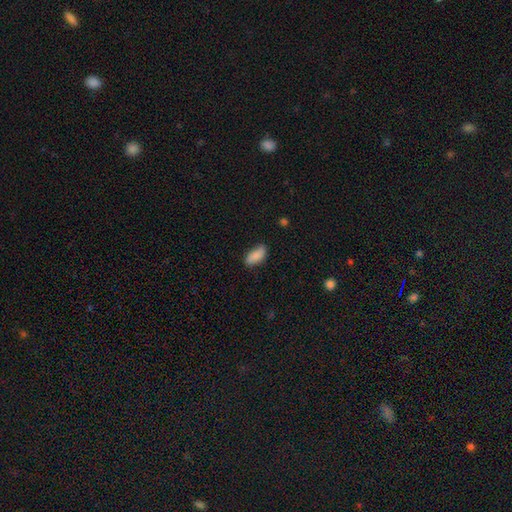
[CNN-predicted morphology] smooth 88%, star or artifact 7%, featured or disk 5%. Down the decision tree: how rounded — in between (86%); merging — none (77%).